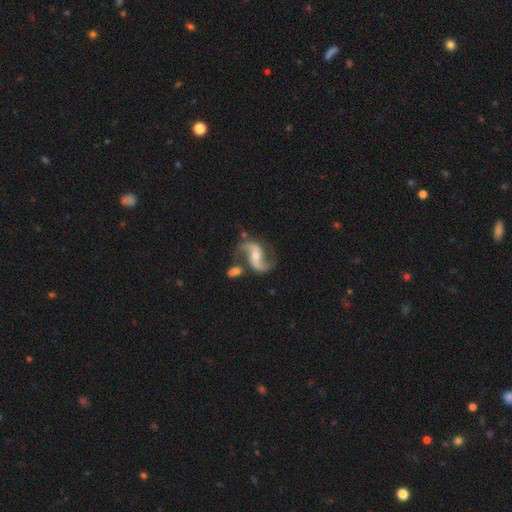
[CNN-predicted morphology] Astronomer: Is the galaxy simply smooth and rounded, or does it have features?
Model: featured or disk — 89%.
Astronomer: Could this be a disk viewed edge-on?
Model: no — 97%.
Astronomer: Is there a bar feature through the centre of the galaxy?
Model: no — 40% (runner-up: weak, 35%).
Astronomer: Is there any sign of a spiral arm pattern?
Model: yes — 97%.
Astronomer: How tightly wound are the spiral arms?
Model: loose — 60%.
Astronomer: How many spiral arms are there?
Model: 2 — 93%.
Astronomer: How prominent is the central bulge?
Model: moderate — 48% (runner-up: small, 46%).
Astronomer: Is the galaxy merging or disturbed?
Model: none — 62%.